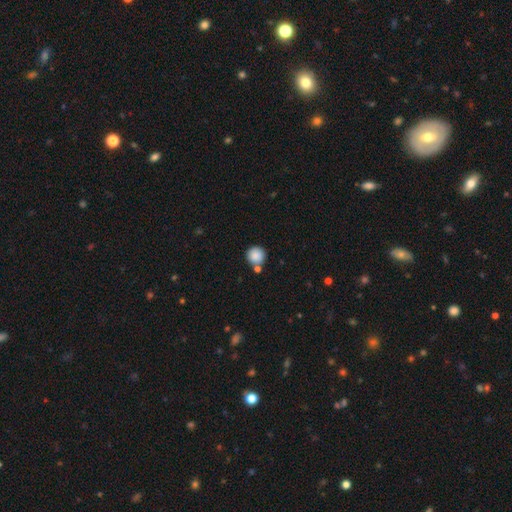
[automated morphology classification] This is clearly a smooth galaxy (87%). How rounded: clearly round (94%). Merging: likely none (74%).